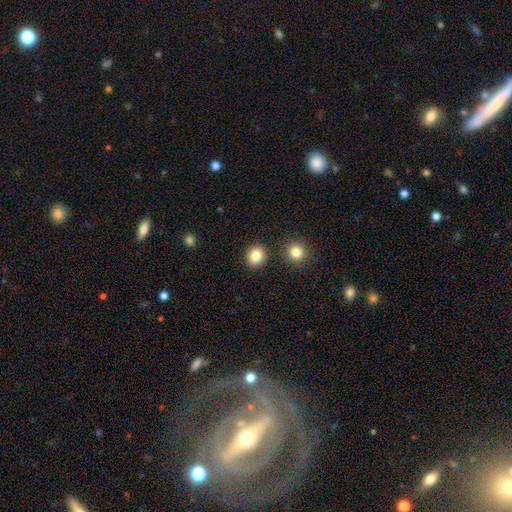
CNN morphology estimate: A smooth galaxy with no disk features (85%) that is round (78%).

Vote fractions:
- Smooth or featured? smooth: 85% / star or artifact: 10% / featured or disk: 6%
- How rounded? round: 78% / in between: 21% / cigar-shaped: 1%
- Merging? none: 87% / minor disturbance: 7% / merger: 4% / major disturbance: 2%